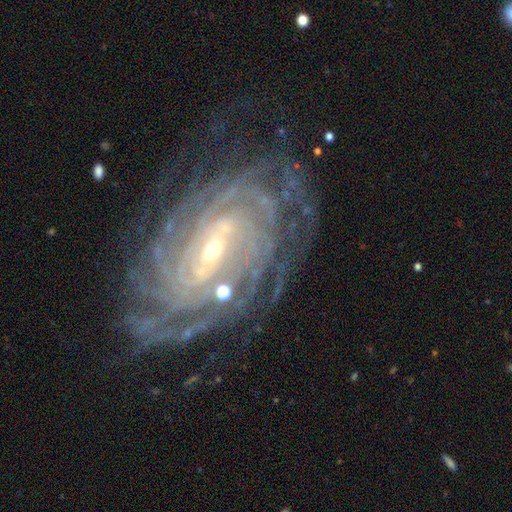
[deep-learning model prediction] This appears to be a featured or disk galaxy (91%) with a weak bar (42%), more than 4 (31%) tight (82%) spiral arms (98%) and a small central bulge (72%). Merging: none (76%).